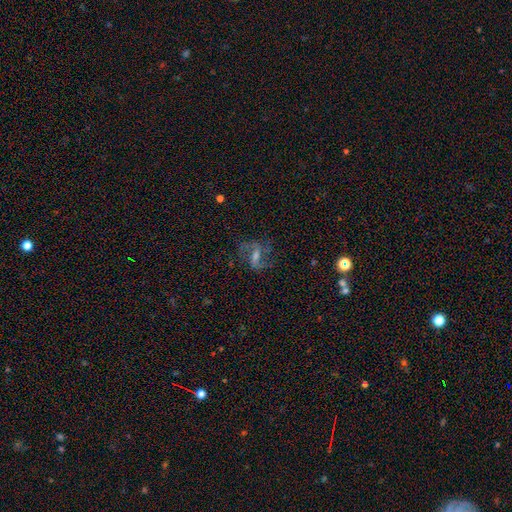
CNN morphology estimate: Q: Smooth or featured?
A: featured or disk (72%); runner-up: smooth (14%)
Q: Edge-on disk?
A: no (95%); runner-up: yes (5%)
Q: Bar?
A: weak (47%); runner-up: strong (35%)
Q: Spiral arms?
A: yes (91%); runner-up: no (9%)
Q: Spiral winding?
A: loose (48%); runner-up: medium (41%)
Q: Spiral arm count?
A: 2 (78%); runner-up: can't tell (9%)
Q: Bulge size?
A: moderate (38%); runner-up: small (37%)
Q: Merging?
A: none (67%); runner-up: minor disturbance (16%)